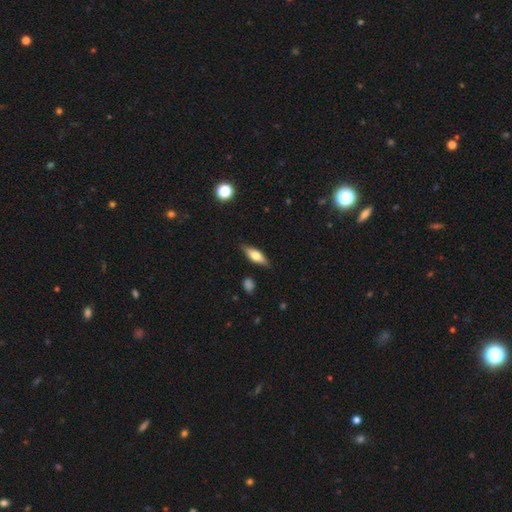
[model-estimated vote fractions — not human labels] This appears to be a smooth galaxy with no disk features (56%) that is in between round and cigar-shaped (56%). Merging: none (83%).